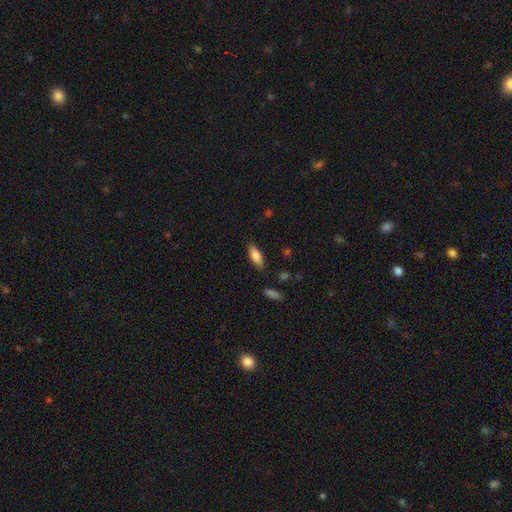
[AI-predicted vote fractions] Smooth or featured? Predicted: smooth (p=0.80). How rounded? Predicted: in between (p=0.70). Merging? Predicted: none (p=0.84).